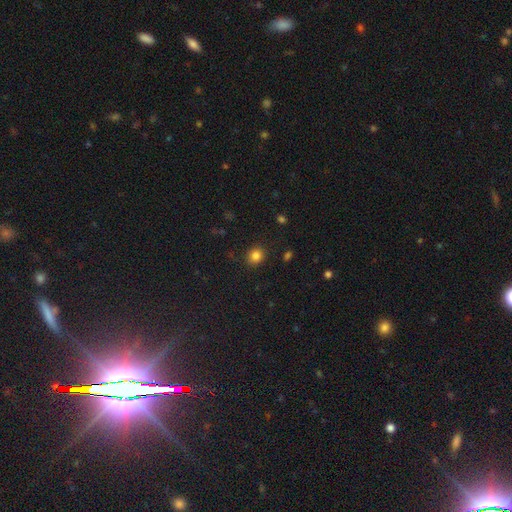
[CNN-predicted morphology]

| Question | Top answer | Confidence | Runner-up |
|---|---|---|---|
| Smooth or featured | smooth | 83% | star or artifact (12%) |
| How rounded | round | 81% | in between (18%) |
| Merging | none | 88% | minor disturbance (8%) |